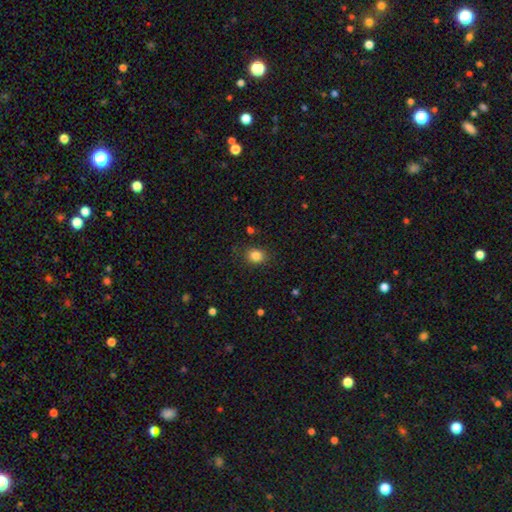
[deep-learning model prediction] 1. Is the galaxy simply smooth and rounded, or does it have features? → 84% smooth, 11% star or artifact, 5% featured or disk.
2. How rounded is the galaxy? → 61% round, 39% in between, 1% cigar-shaped.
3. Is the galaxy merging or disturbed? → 85% none, 10% minor disturbance, 3% major disturbance, 1% merger.